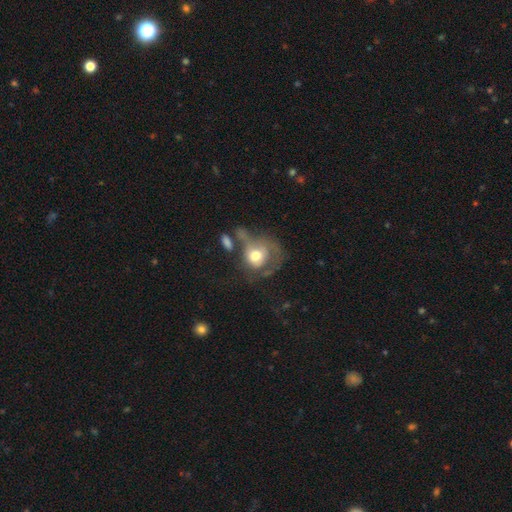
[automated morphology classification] A smooth galaxy with no disk features (55%) that is round (66%).

Vote fractions:
- Smooth or featured? smooth: 55% / featured or disk: 37% / star or artifact: 8%
- How rounded? round: 66% / in between: 33% / cigar-shaped: 1%
- Merging? major disturbance: 39% / none: 25% / minor disturbance: 19% / merger: 17%